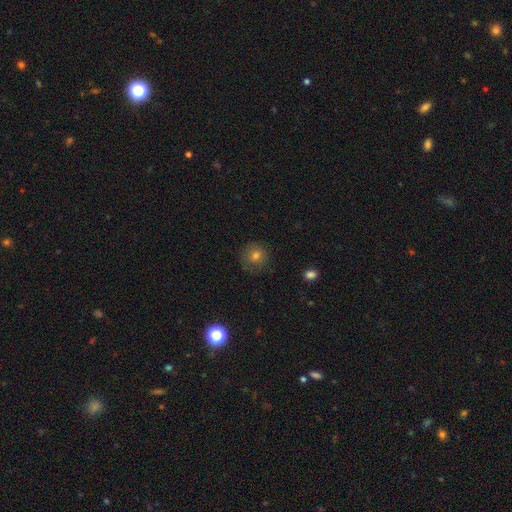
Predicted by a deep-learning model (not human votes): A smooth galaxy with no disk features (72%) that is round (92%). Merging: none (82%).